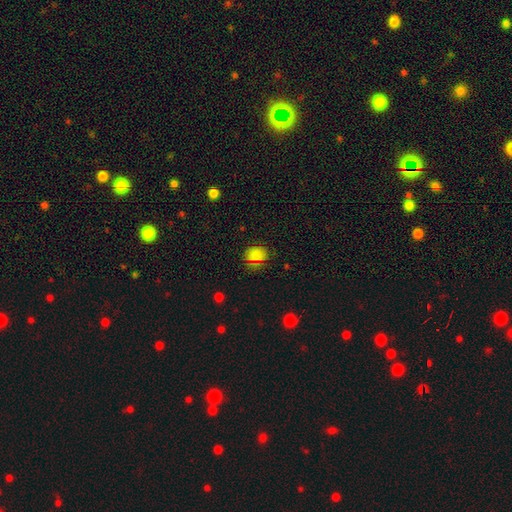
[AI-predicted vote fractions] smooth 76%, star or artifact 17%, featured or disk 7%. Down the decision tree: how rounded — round (67%); merging — none (77%).